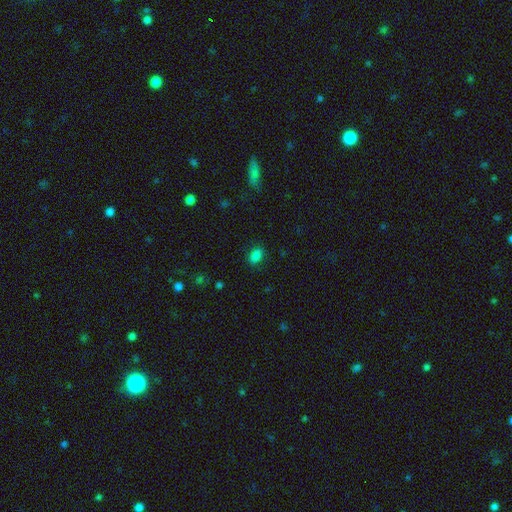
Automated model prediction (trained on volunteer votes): This appears to be a smooth galaxy with no disk features (83%) that is in between round and cigar-shaped (82%). Merging: none (85%).